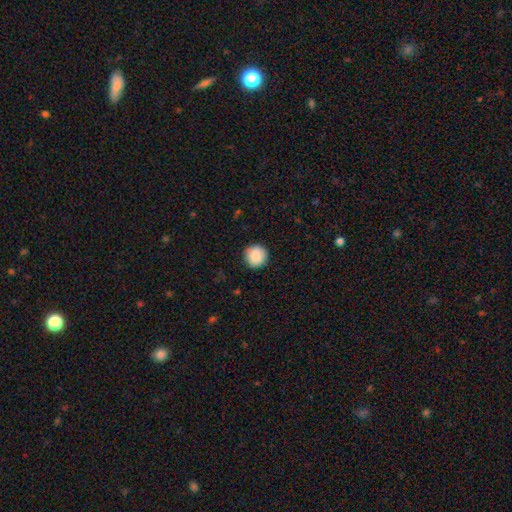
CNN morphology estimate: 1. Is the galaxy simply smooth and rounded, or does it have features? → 88% smooth, 7% star or artifact, 4% featured or disk.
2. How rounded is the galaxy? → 95% round, 4% in between, 1% cigar-shaped.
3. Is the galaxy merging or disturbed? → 90% none, 7% minor disturbance, 2% major disturbance, 1% merger.